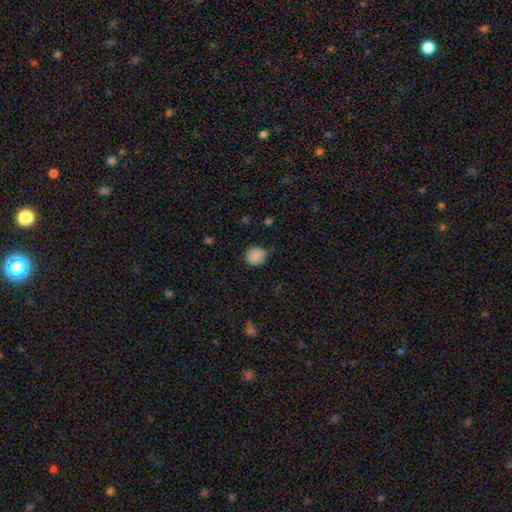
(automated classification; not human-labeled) The model was most divided on "how rounded": round: 73%, in between: 26%, cigar-shaped: 1%. More confident: smooth or featured — smooth (85%); merging — none (73%).